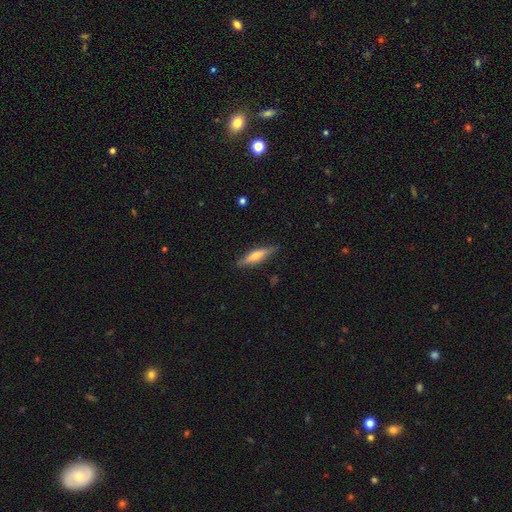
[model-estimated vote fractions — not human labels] featured or disk 50%, smooth 43%, star or artifact 6%. Down the decision tree: edge-on disk — yes (92%); merging — none (87%).